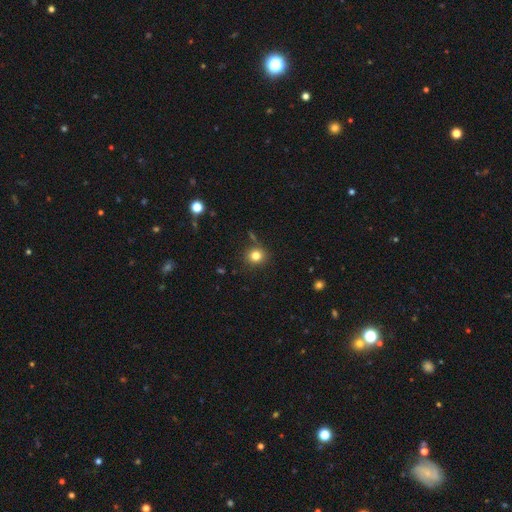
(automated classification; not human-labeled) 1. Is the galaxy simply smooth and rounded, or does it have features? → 80% smooth, 13% star or artifact, 7% featured or disk.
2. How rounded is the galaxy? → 87% round, 12% in between, 1% cigar-shaped.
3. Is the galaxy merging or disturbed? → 83% none, 9% minor disturbance, 4% merger, 3% major disturbance.